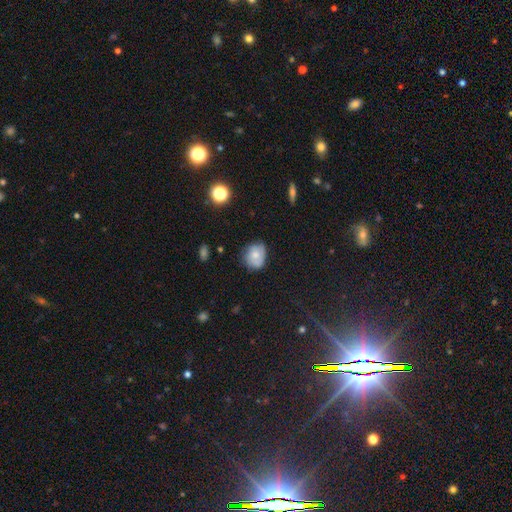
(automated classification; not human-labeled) Morphology: type=smooth (61%); roundness=round (62%); merging=none (60%).